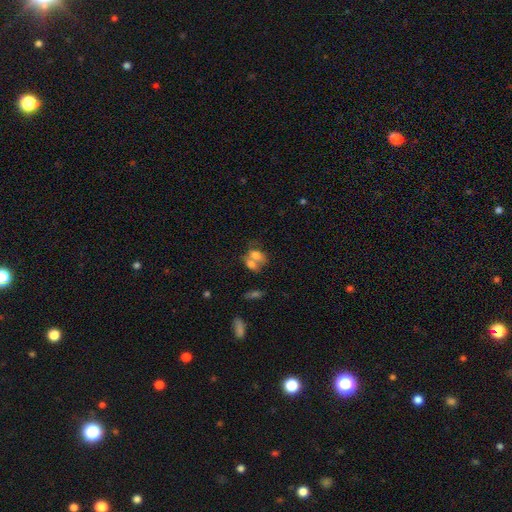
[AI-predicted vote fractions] smooth 69%, featured or disk 21%, star or artifact 10%. Down the decision tree: how rounded — in between (77%); merging — merger (61%).